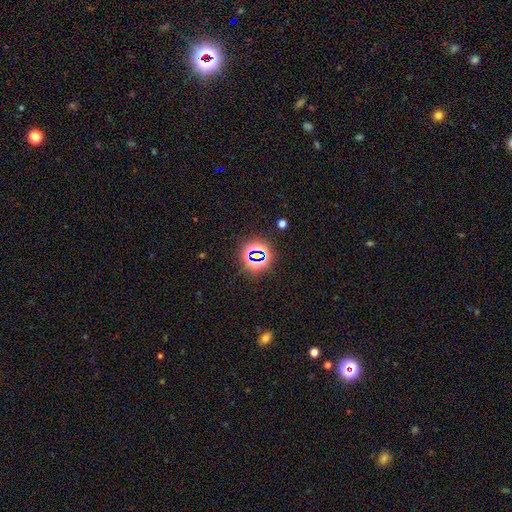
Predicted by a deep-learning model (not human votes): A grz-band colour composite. It shows a star or artifact, not a galaxy (72%).